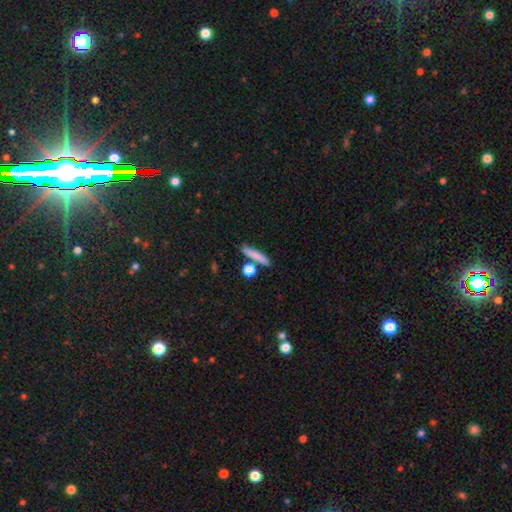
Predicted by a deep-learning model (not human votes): A smooth galaxy with no disk features (78%) that is cigar-shaped (75%).

Vote fractions:
- Smooth or featured? smooth: 78% / featured or disk: 14% / star or artifact: 8%
- How rounded? cigar-shaped: 75% / in between: 15% / round: 10%
- Merging? none: 77% / minor disturbance: 10% / merger: 10% / major disturbance: 3%